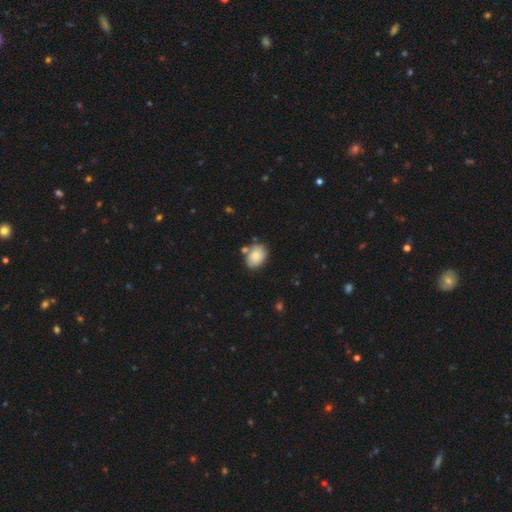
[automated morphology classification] The model was most divided on "merging": none: 68%, minor disturbance: 17%, merger: 11%, major disturbance: 4%. More confident: smooth or featured — smooth (82%); how rounded — in between (76%).